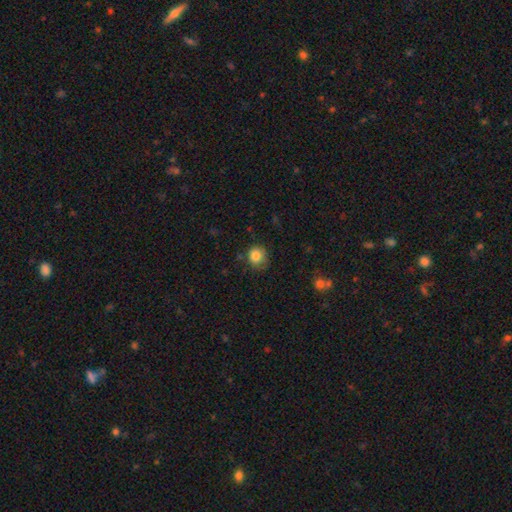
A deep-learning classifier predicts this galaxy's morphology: Smooth or featured?
  - smooth: 83% *
  - star or artifact: 10%
  - featured or disk: 6%
How rounded?
  - round: 81% *
  - in between: 18%
  - cigar-shaped: 1%
Merging?
  - none: 73% *
  - minor disturbance: 20%
  - major disturbance: 5%
  - merger: 2%